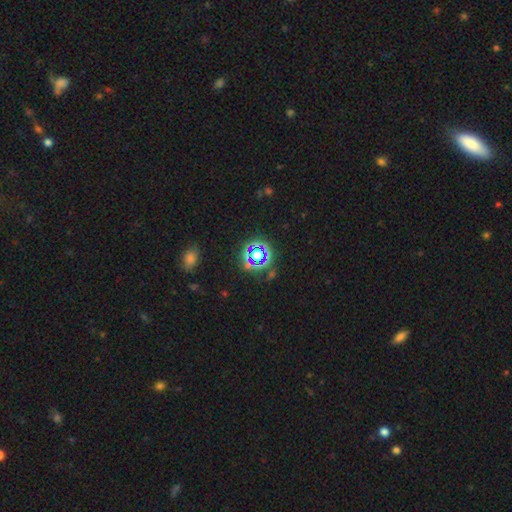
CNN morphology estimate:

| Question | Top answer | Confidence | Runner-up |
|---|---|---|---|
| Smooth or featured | star or artifact | 68% | smooth (21%) |